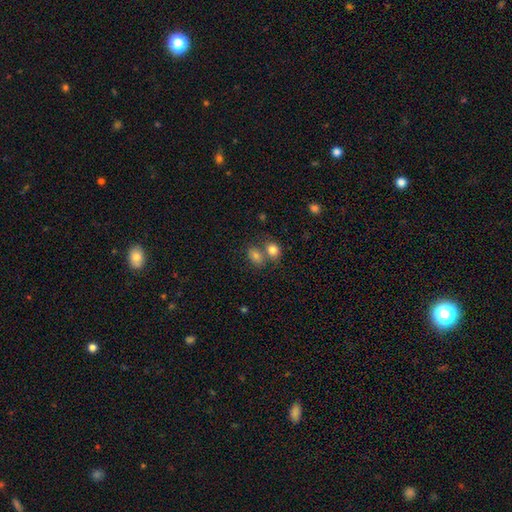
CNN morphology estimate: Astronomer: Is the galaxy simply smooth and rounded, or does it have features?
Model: smooth — 78%.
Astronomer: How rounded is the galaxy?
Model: in between — 65%.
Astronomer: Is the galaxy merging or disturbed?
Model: merger — 44% (runner-up: none, 41%).